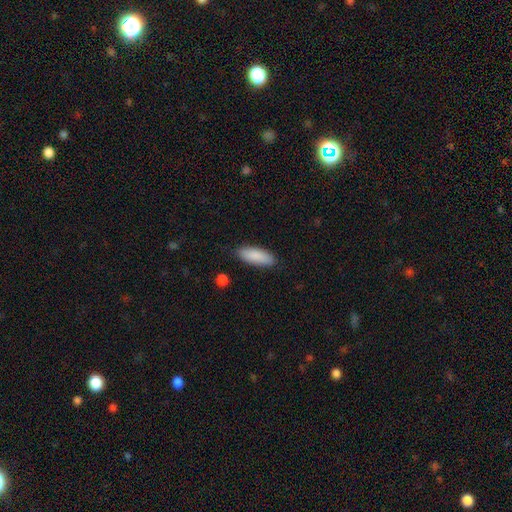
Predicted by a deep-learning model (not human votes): Q: Smooth or featured?
A: smooth (88%); runner-up: featured or disk (7%)
Q: How rounded?
A: in between (64%); runner-up: cigar-shaped (34%)
Q: Merging?
A: none (86%); runner-up: minor disturbance (10%)